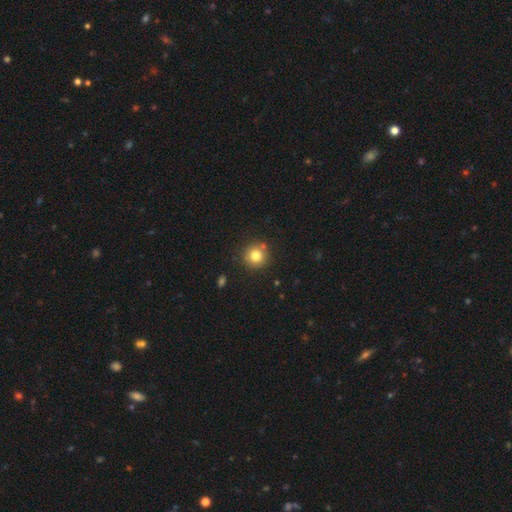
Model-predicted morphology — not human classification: This is likely a smooth galaxy (79%). How rounded: clearly round (94%). Merging: clearly none (82%).